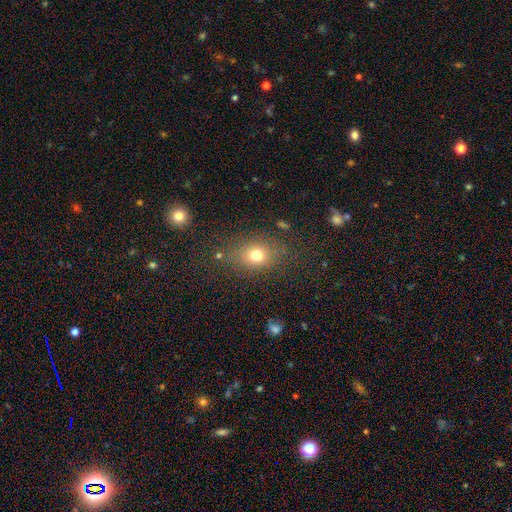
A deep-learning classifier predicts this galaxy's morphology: The model was most divided on "how rounded": in between: 57%, round: 40%, cigar-shaped: 3%. More confident: merging — none (74%); smooth or featured — smooth (71%).